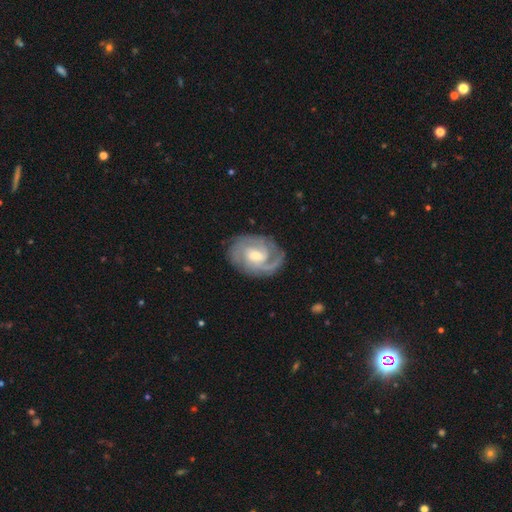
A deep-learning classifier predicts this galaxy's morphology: Smooth or featured? Predicted: featured or disk (p=0.86). Edge-on disk? Predicted: no (p=0.98). Bar? Predicted: weak (p=0.52). Spiral arms? Predicted: yes (p=0.96). Spiral winding? Predicted: tight (p=0.53). Spiral arm count? Predicted: 2 (p=0.48). Bulge size? Predicted: moderate (p=0.52). Merging? Predicted: none (p=0.78).